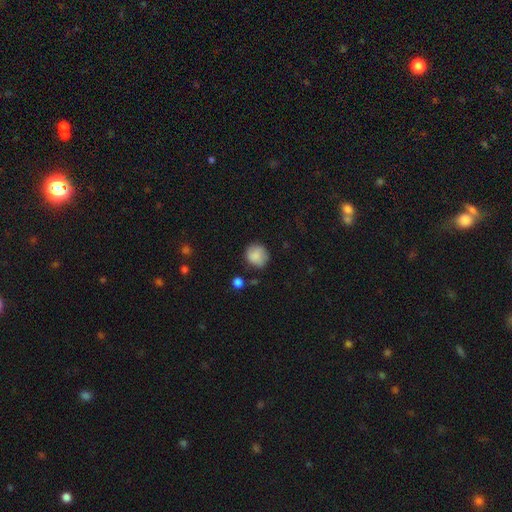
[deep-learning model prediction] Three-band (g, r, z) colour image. It shows a smooth galaxy with no disk features (83%) that is round (85%). Merging: none (74%).